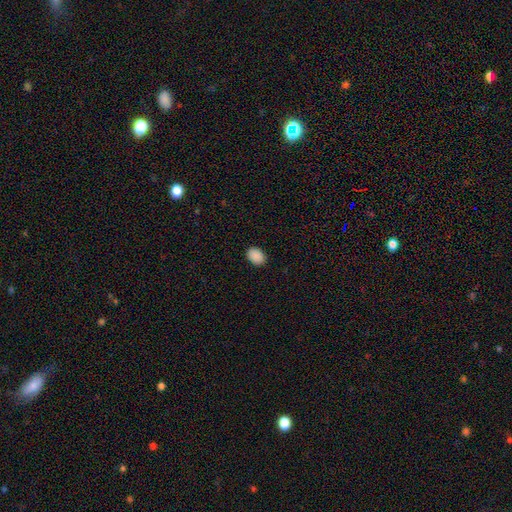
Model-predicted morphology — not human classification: Q: Smooth or featured?
A: smooth (90%); runner-up: star or artifact (8%)
Q: How rounded?
A: in between (75%); runner-up: round (24%)
Q: Merging?
A: none (90%); runner-up: minor disturbance (8%)